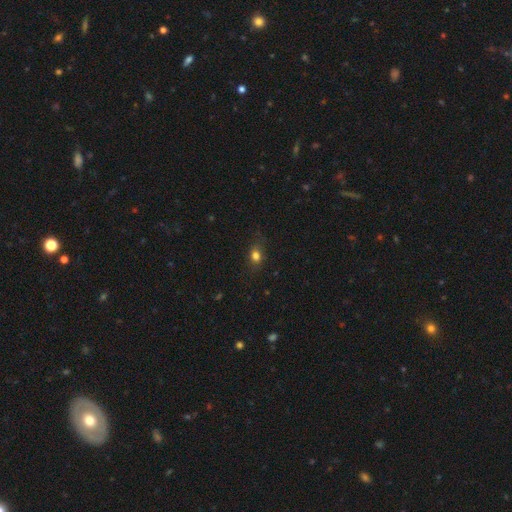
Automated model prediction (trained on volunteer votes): Smooth or featured? Predicted: smooth (p=0.77). How rounded? Predicted: in between (p=0.54). Merging? Predicted: none (p=0.78).